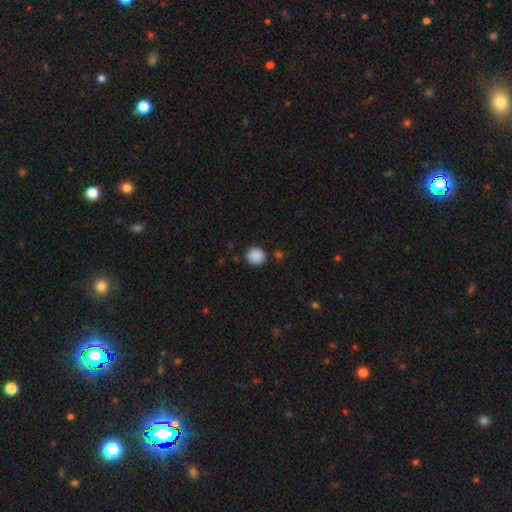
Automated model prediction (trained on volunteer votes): Smooth or featured?
  - smooth: 89% *
  - star or artifact: 8%
  - featured or disk: 2%
How rounded?
  - round: 86% *
  - in between: 13%
  - cigar-shaped: 1%
Merging?
  - none: 88% *
  - minor disturbance: 7%
  - major disturbance: 2%
  - merger: 2%